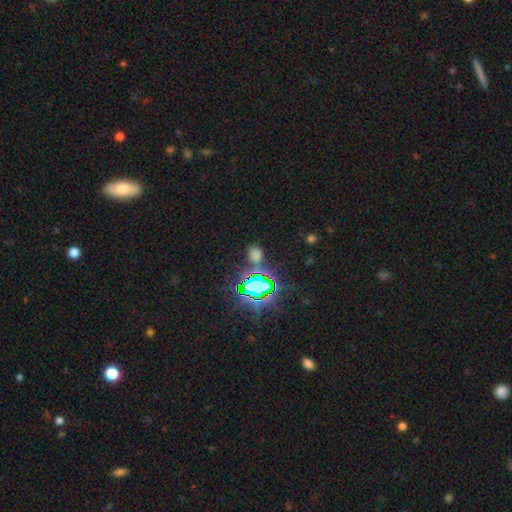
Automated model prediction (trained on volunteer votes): This appears to be a star or artifact, not a galaxy (58%).